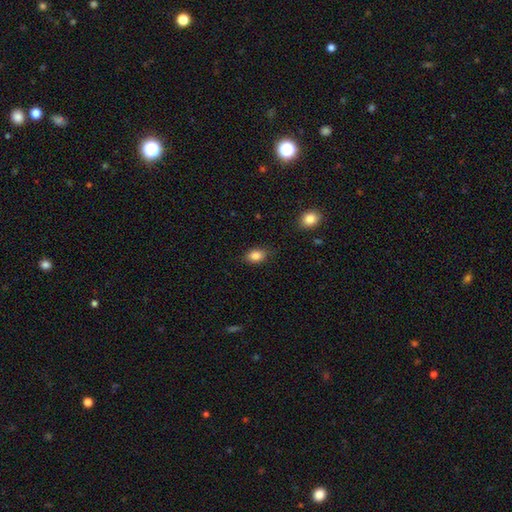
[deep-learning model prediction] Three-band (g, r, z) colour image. It shows a smooth galaxy with no disk features (85%) that is in between round and cigar-shaped (75%). Merging: none (82%).